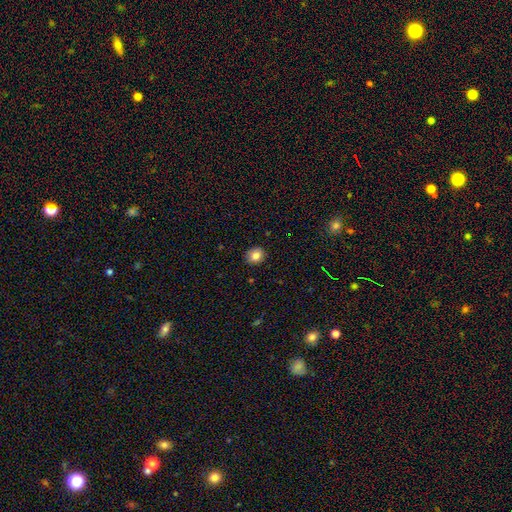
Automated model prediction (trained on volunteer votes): smooth-or-featured: smooth: 83% | star or artifact: 10% | featured or disk: 7%
  how-rounded: round: 67% | in between: 32% | cigar-shaped: 1%
  merging: none: 88% | minor disturbance: 9% | major disturbance: 2% | merger: 1%